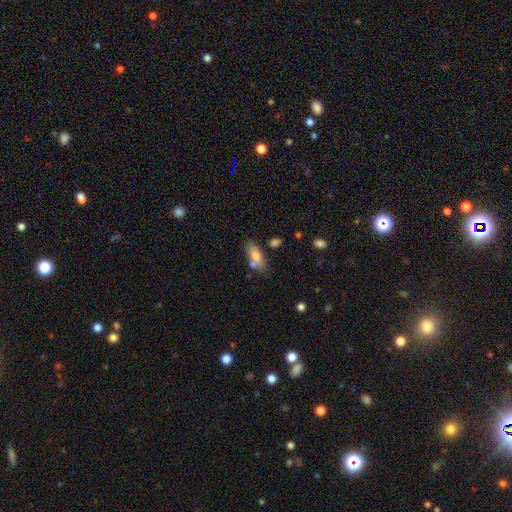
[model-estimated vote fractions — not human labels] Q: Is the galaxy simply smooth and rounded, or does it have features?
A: smooth — 75%.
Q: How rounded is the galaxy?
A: in between — 79%.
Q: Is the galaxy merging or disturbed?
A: none — 60%.